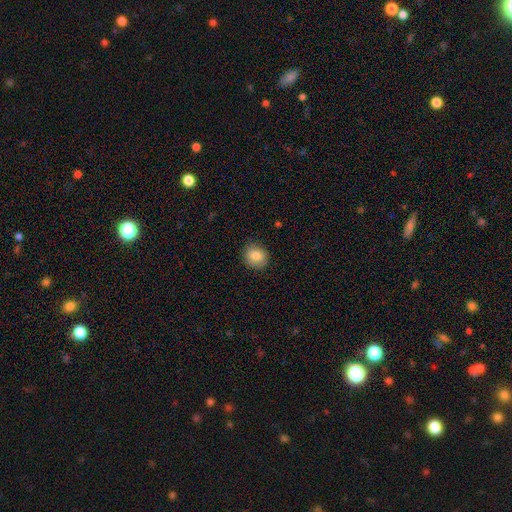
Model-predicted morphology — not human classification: smooth_or_featured: smooth (p=0.82) [alt: star or artifact p=0.09]
how_rounded: round (p=0.81) [alt: in between p=0.18]
merging: none (p=0.88) [alt: minor disturbance p=0.09]